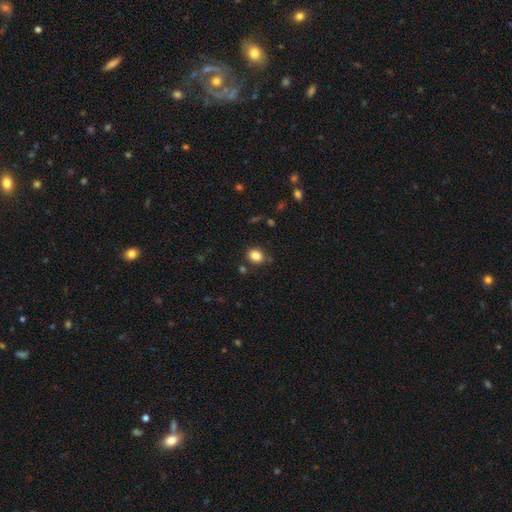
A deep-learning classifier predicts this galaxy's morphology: This appears to be a smooth galaxy with no disk features (84%) that is round (53%). Merging: none (81%).